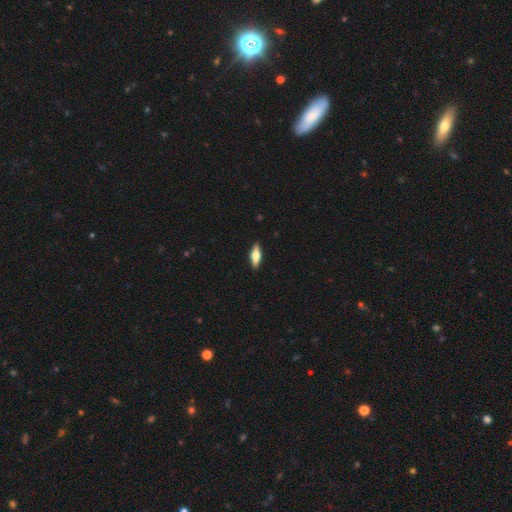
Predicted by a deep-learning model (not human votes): A smooth galaxy with no disk features (52%) that is in between round and cigar-shaped (54%). Merging: none (90%).